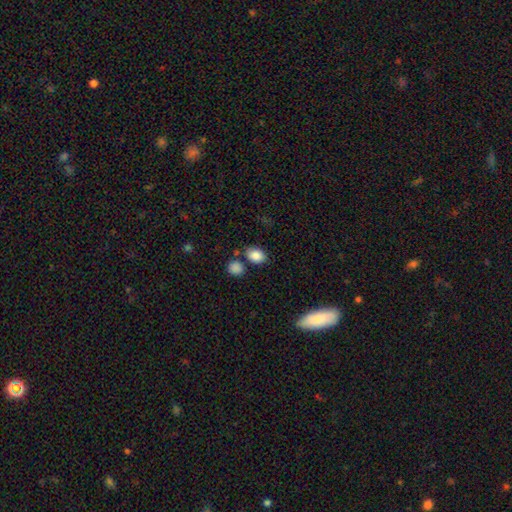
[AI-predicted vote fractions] Q: Smooth or featured?
A: smooth (86%); runner-up: star or artifact (9%)
Q: How rounded?
A: in between (69%); runner-up: round (30%)
Q: Merging?
A: none (72%); runner-up: minor disturbance (12%)